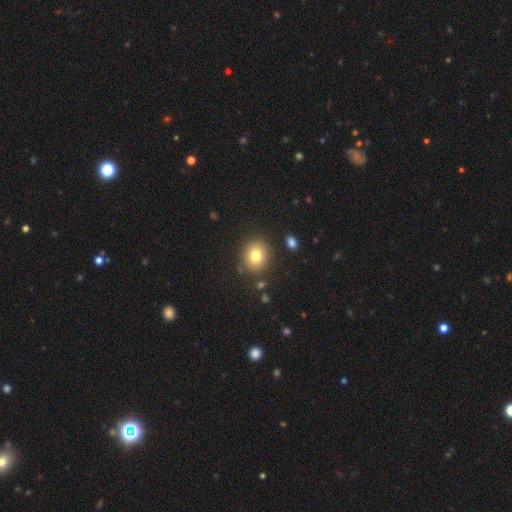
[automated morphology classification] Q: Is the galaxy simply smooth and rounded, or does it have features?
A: smooth — 79%.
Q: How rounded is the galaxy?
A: round — 68%.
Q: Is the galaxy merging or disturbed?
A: none — 86%.